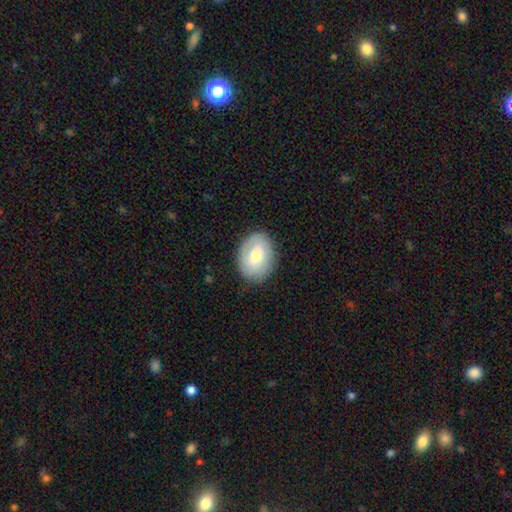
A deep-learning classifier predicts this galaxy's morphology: This appears to be a smooth galaxy with no disk features (66%) that is in between round and cigar-shaped (73%). Merging: none (82%).